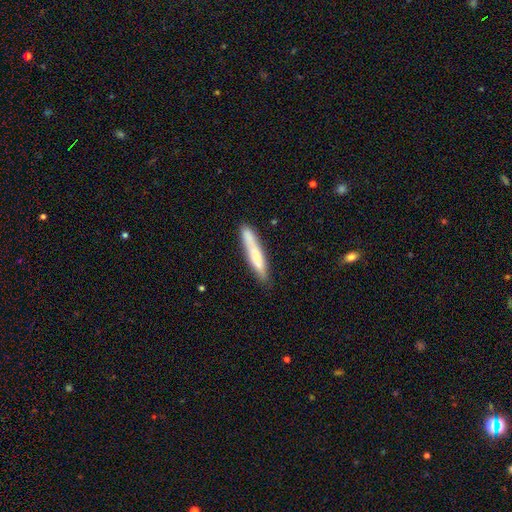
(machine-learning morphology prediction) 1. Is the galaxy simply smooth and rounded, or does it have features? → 67% smooth, 27% featured or disk, 6% star or artifact.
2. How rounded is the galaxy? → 92% cigar-shaped, 7% in between, 1% round.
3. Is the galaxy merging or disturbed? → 77% none, 15% minor disturbance, 5% merger, 3% major disturbance.